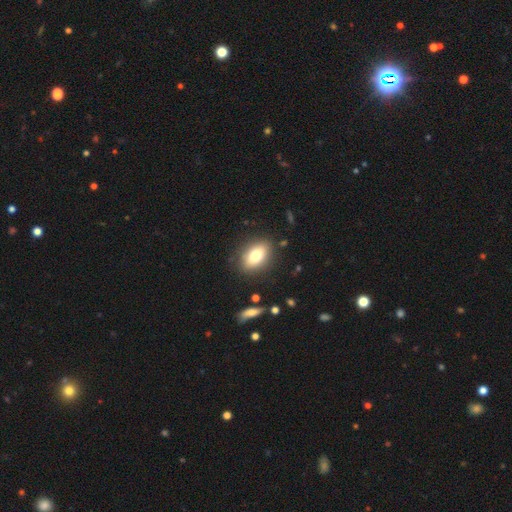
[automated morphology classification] Overall: smooth (76%). How rounded: in between (84%). Merging: none (84%).